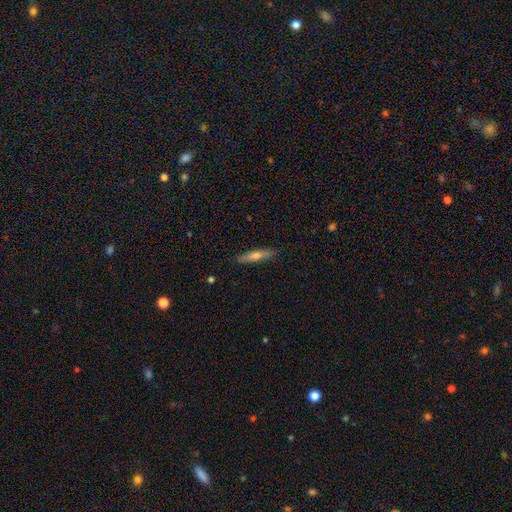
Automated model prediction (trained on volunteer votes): This is possibly a smooth galaxy (55%). How rounded: clearly cigar-shaped (84%). Merging: clearly none (88%).